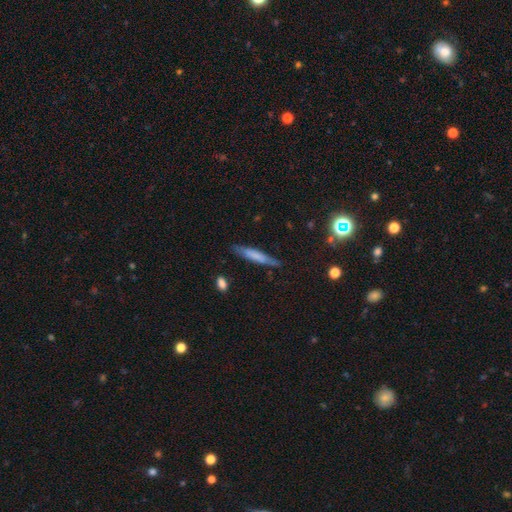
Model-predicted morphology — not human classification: This is likely a smooth galaxy (65%). How rounded: clearly cigar-shaped (90%). Merging: likely none (79%).